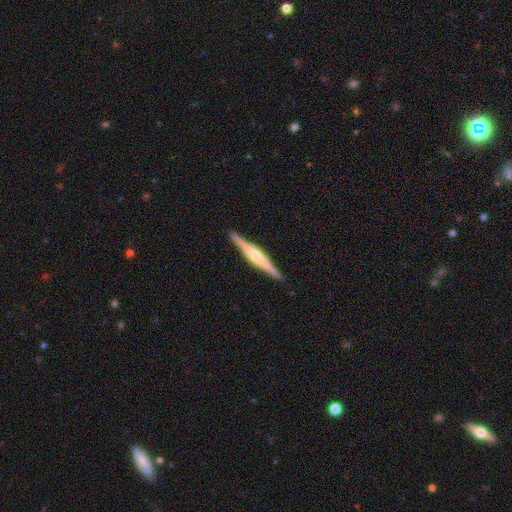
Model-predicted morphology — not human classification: Q: Smooth or featured?
A: featured or disk (82%); runner-up: smooth (13%)
Q: Edge-on disk?
A: yes (98%); runner-up: no (2%)
Q: Edge-on bulge?
A: rounded (70%); runner-up: boxy (26%)
Q: Merging?
A: none (90%); runner-up: minor disturbance (7%)